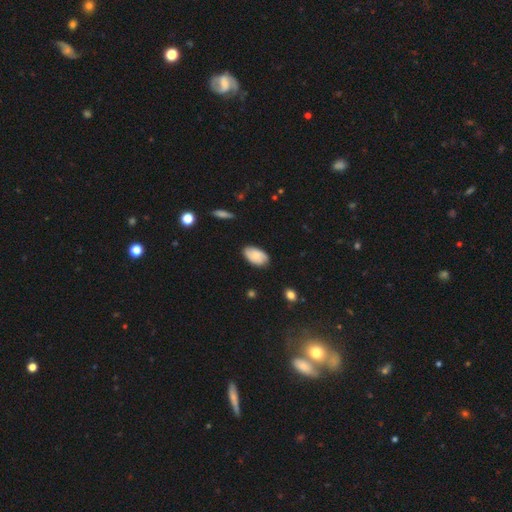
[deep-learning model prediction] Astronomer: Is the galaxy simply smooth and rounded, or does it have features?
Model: smooth — 64%.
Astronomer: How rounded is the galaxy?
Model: in between — 93%.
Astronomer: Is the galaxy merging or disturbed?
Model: none — 78%.